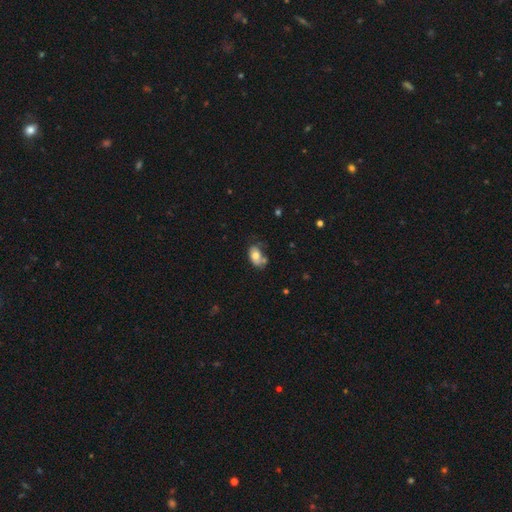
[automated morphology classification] A smooth galaxy with no disk features (70%) that is in between round and cigar-shaped (87%). Merging: none (40%).